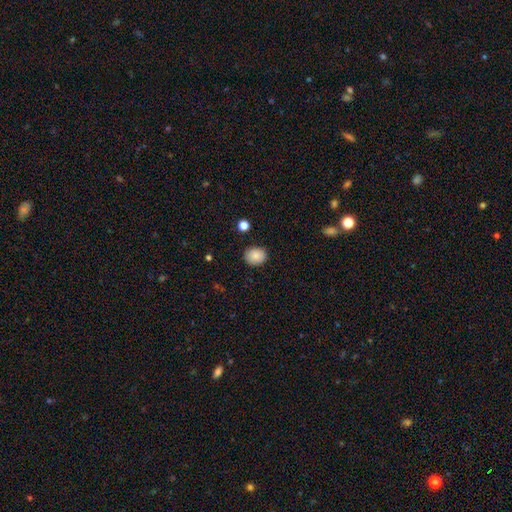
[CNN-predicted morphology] Overall: smooth (86%). How rounded: round (69%; in between 30%). Merging: none (88%).